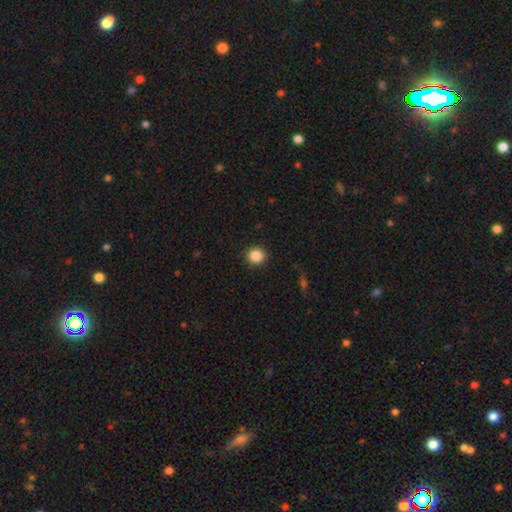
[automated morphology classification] smooth_or_featured: smooth (p=0.87) [alt: star or artifact p=0.10]
how_rounded: round (p=0.90) [alt: in between p=0.09]
merging: none (p=0.91) [alt: minor disturbance p=0.06]